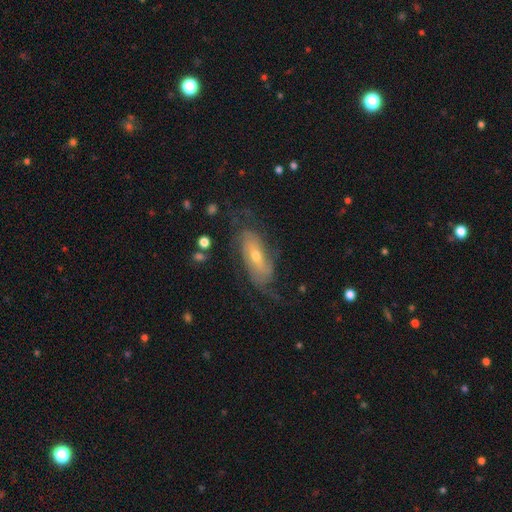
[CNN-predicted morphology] smooth_or_featured: featured or disk (p=0.75) [alt: smooth p=0.18]
disk_edge_on: no (p=0.88) [alt: yes p=0.12]
bar: no (p=0.56) [alt: weak p=0.31]
has_spiral_arms: yes (p=0.87) [alt: no p=0.13]
spiral_winding: tight (p=0.44) [alt: medium p=0.37]
spiral_arm_count: 2 (p=0.38) [alt: can't tell p=0.37]
bulge_size: small (p=0.51) [alt: moderate p=0.44]
merging: none (p=0.63) [alt: minor disturbance p=0.20]